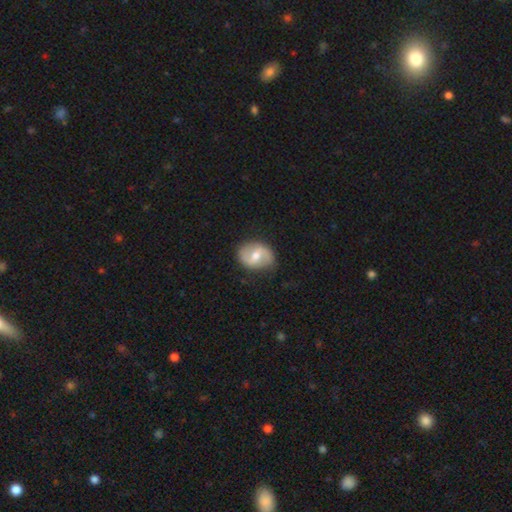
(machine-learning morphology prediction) Smooth or featured? featured or disk (68%)
Edge-on disk? no (97%)
Bar? weak (51%)
Spiral arms? yes (83%)
Spiral winding? medium (43%)
Spiral arm count? 2 (89%)
Bulge size? moderate (70%)
Merging? none (81%)